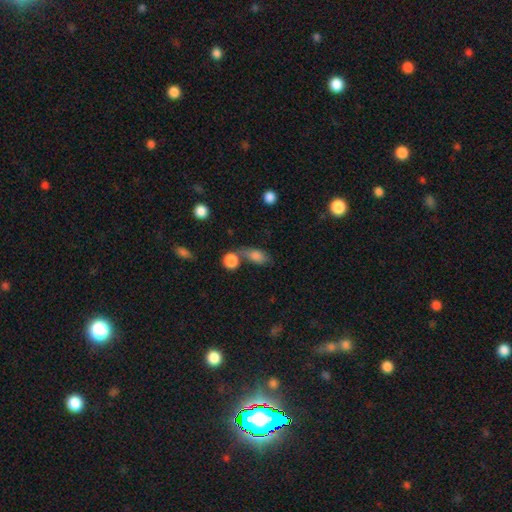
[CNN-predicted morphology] This appears to be a smooth galaxy with no disk features (81%) that is in between round and cigar-shaped (81%). Merging: none (40%).